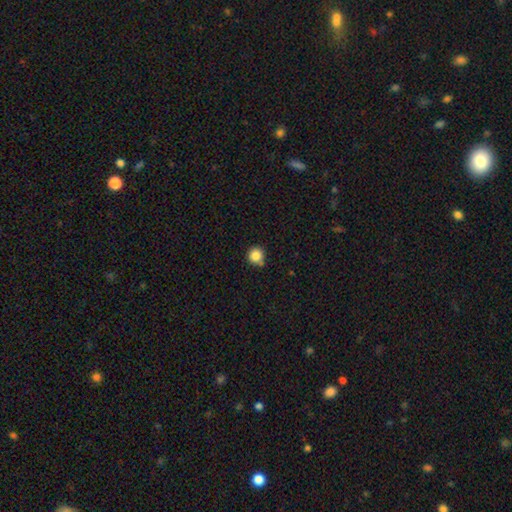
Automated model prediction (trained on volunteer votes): A smooth galaxy with no disk features (85%) that is round (94%).

Vote fractions:
- Smooth or featured? smooth: 85% / star or artifact: 10% / featured or disk: 5%
- How rounded? round: 94% / in between: 5% / cigar-shaped: 1%
- Merging? none: 78% / minor disturbance: 11% / merger: 8% / major disturbance: 3%